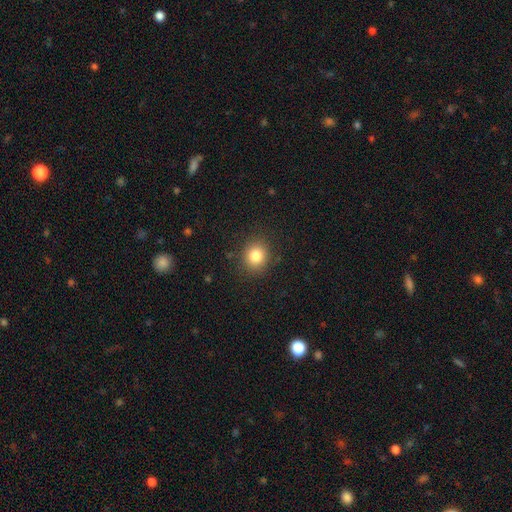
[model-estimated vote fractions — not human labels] Smooth or featured: smooth — 82% (star or artifact — 11%)
How rounded: round — 80% (in between — 19%)
Merging: none — 87% (minor disturbance — 9%)